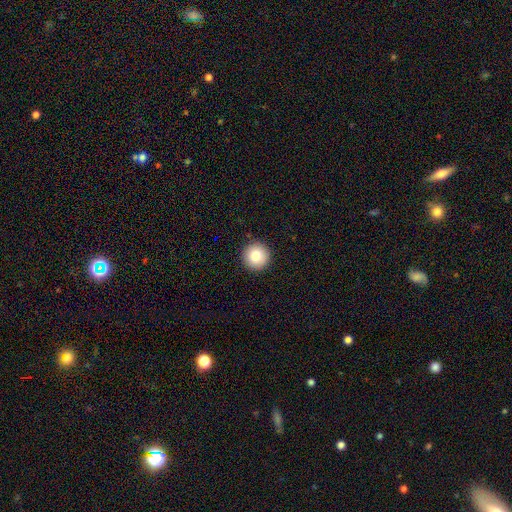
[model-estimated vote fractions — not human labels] Smooth or featured? Predicted: smooth (p=0.81). How rounded? Predicted: round (p=0.96). Merging? Predicted: none (p=0.93).